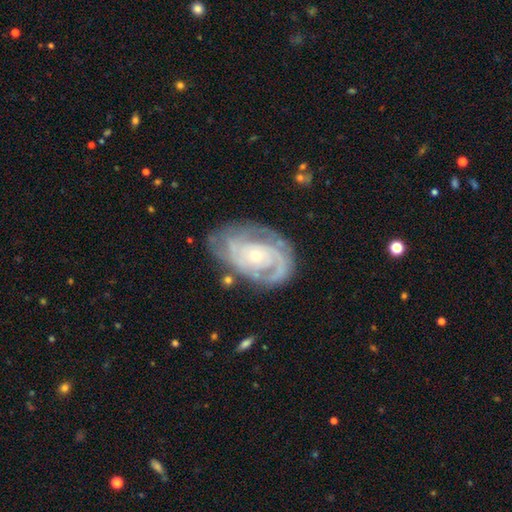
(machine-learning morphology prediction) Smooth or featured? featured or disk (88%)
Edge-on disk? no (97%)
Bar? no (74%)
Spiral arms? yes (96%)
Spiral winding? tight (67%)
Spiral arm count? 2 (39%)
Bulge size? small (71%)
Merging? none (70%)